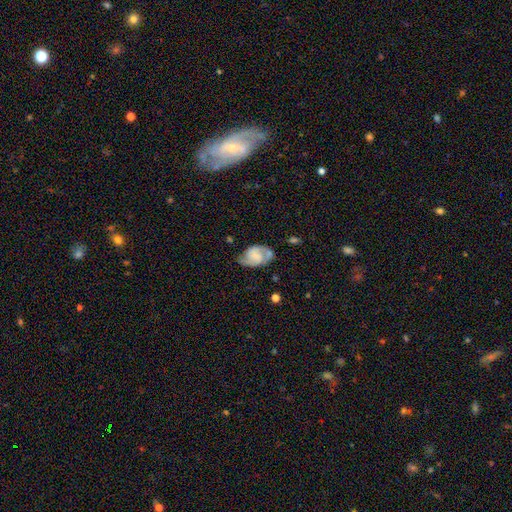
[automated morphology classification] smooth_or_featured: featured or disk (p=0.70) [alt: smooth p=0.23]
disk_edge_on: no (p=0.97) [alt: yes p=0.03]
bar: no (p=0.48) [alt: weak p=0.41]
has_spiral_arms: yes (p=0.91) [alt: no p=0.09]
spiral_winding: medium (p=0.49) [alt: tight p=0.30]
spiral_arm_count: 2 (p=0.85) [alt: can't tell p=0.07]
bulge_size: small (p=0.37) [alt: none p=0.36]
merging: none (p=0.62) [alt: minor disturbance p=0.24]